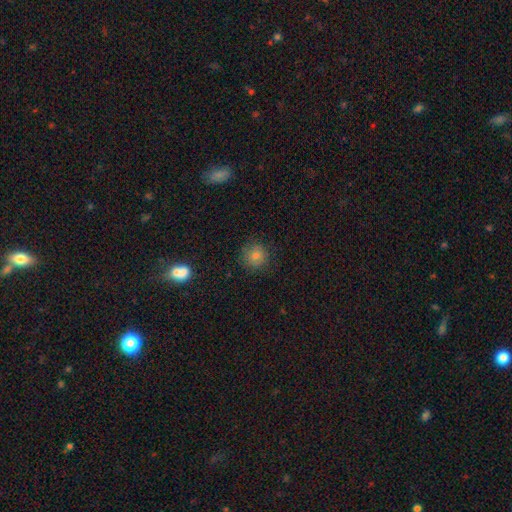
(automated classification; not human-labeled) Smooth or featured: smooth — 78% (star or artifact — 14%)
How rounded: round — 92% (in between — 7%)
Merging: none — 86% (minor disturbance — 10%)